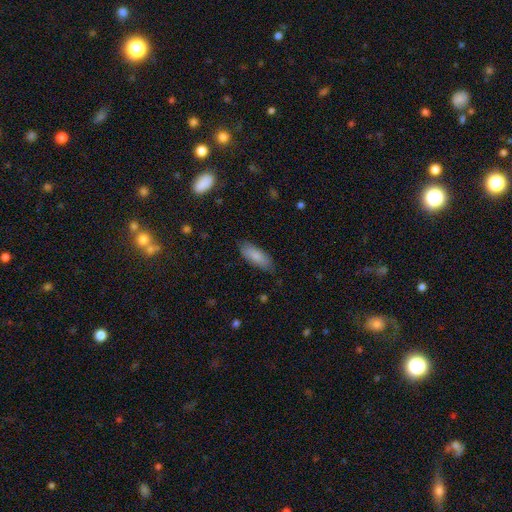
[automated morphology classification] Overall: smooth (84%). How rounded: in between (74%). Merging: none (79%).